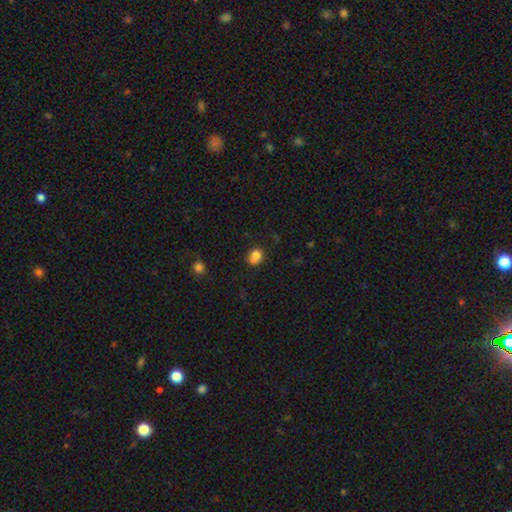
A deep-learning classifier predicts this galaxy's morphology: A smooth galaxy with no disk features (76%) that is round (71%).

Vote fractions:
- Smooth or featured? smooth: 76% / featured or disk: 12% / star or artifact: 12%
- How rounded? round: 71% / in between: 28% / cigar-shaped: 1%
- Merging? none: 44% / merger: 34% / minor disturbance: 16% / major disturbance: 6%